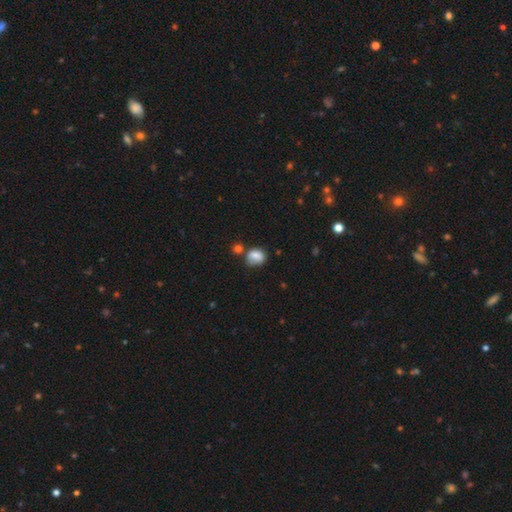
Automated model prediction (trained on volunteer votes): Smooth or featured? Predicted: smooth (p=0.79). How rounded? Predicted: in between (p=0.50). Merging? Predicted: none (p=0.52).